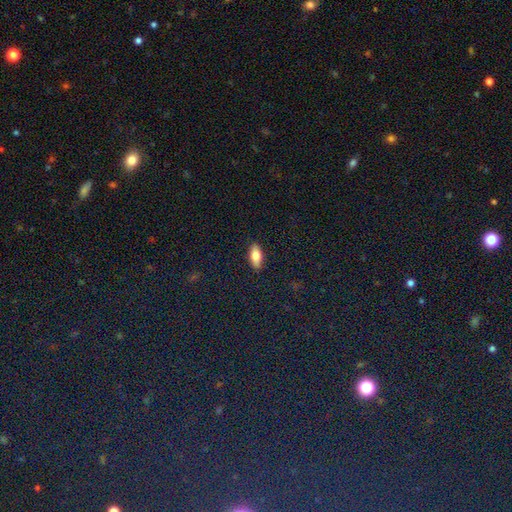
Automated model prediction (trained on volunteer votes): smooth_or_featured: smooth (p=0.79) [alt: featured or disk p=0.14]
how_rounded: in between (p=0.85) [alt: cigar-shaped p=0.12]
merging: none (p=0.89) [alt: minor disturbance p=0.08]